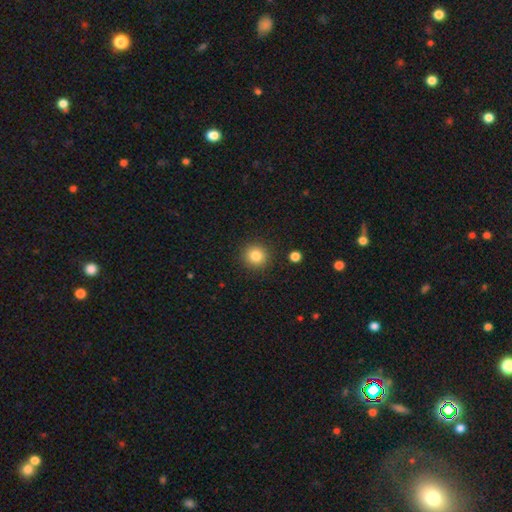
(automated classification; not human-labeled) The model was most divided on "smooth or featured": smooth: 84%, star or artifact: 11%, featured or disk: 5%. More confident: how rounded — round (92%); merging — none (90%).